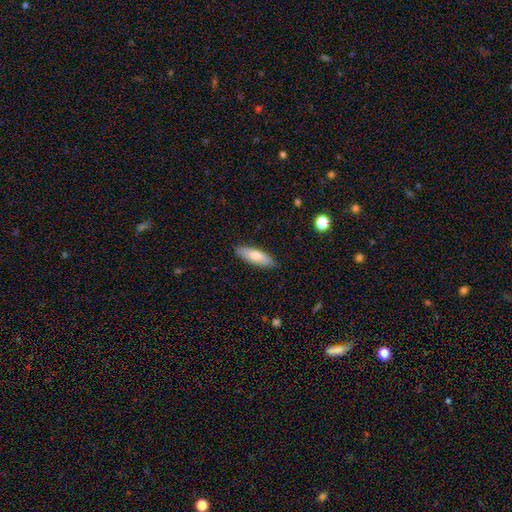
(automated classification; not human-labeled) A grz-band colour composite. It shows a smooth galaxy with no disk features (74%) that is in between round and cigar-shaped (54%). Merging: none (85%).